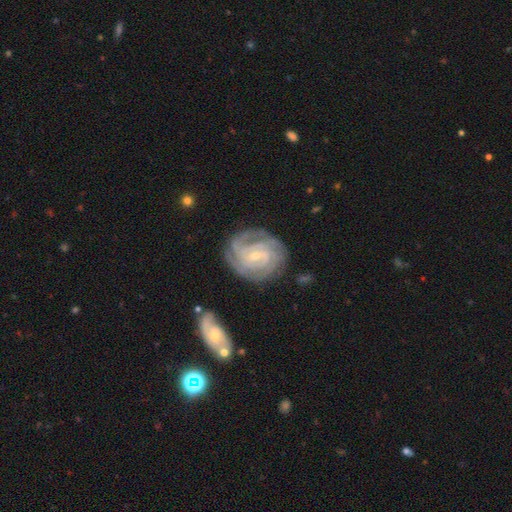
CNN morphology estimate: Q: Smooth or featured?
A: featured or disk (89%); runner-up: smooth (6%)
Q: Edge-on disk?
A: no (97%); runner-up: yes (3%)
Q: Bar?
A: weak (45%); runner-up: no (38%)
Q: Spiral arms?
A: yes (98%); runner-up: no (2%)
Q: Spiral winding?
A: tight (77%); runner-up: medium (20%)
Q: Spiral arm count?
A: 4 (29%); runner-up: 3 (28%)
Q: Bulge size?
A: small (69%); runner-up: moderate (27%)
Q: Merging?
A: none (76%); runner-up: minor disturbance (15%)